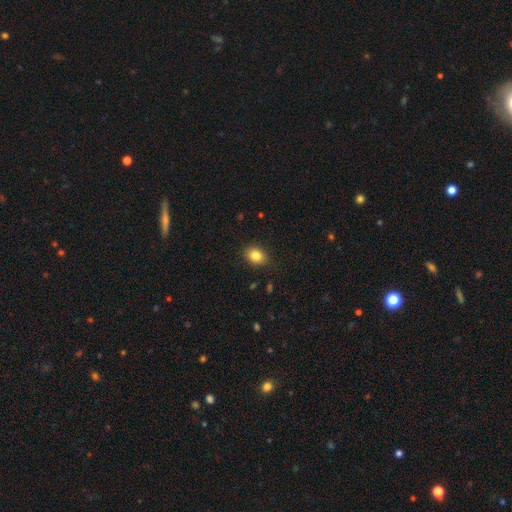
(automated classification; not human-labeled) Morphology: type=smooth (83%); roundness=in between (63%); merging=none (87%).